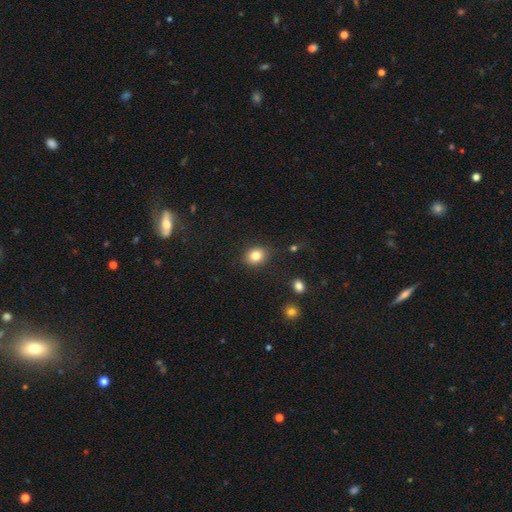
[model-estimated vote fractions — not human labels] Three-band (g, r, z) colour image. It shows a smooth galaxy with no disk features (83%) that is round (51%). Merging: none (83%).